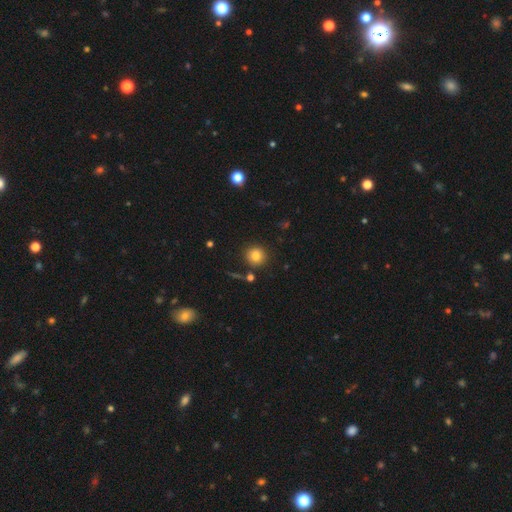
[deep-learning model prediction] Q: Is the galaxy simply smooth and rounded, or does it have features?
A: smooth — 83%.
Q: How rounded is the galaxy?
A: round — 90%.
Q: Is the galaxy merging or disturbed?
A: none — 85%.